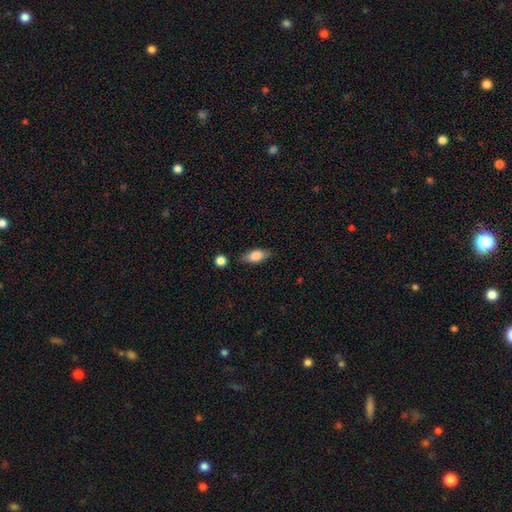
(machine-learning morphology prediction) A smooth galaxy with no disk features (76%) that is in between round and cigar-shaped (81%). Merging: none (77%).